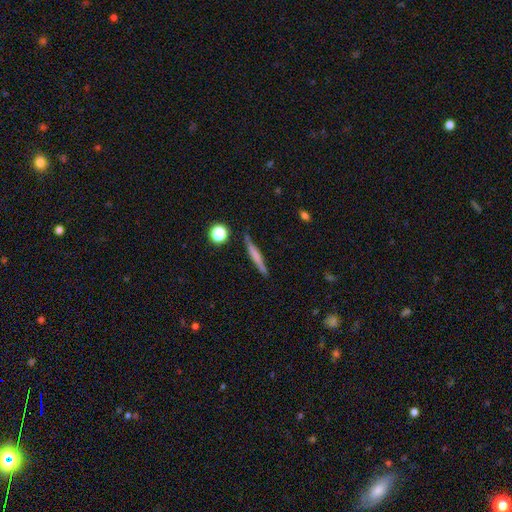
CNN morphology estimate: smooth_or_featured: smooth (p=0.52) [alt: featured or disk p=0.40]
how_rounded: cigar-shaped (p=0.93) [alt: in between p=0.04]
merging: none (p=0.85) [alt: minor disturbance p=0.10]